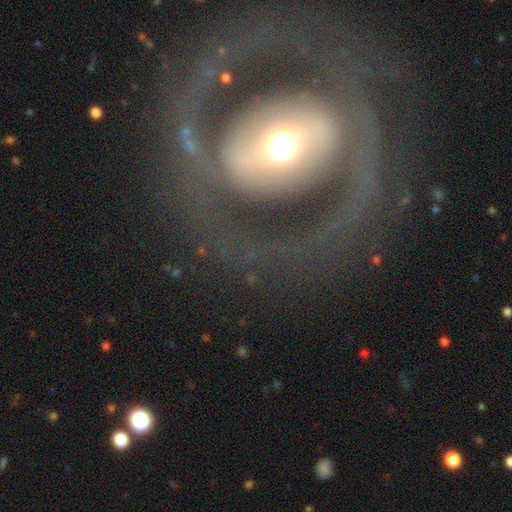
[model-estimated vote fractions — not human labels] Overall: featured or disk (75%). Edge-on disk: no (94%). Bar: strong (43%; no 30%). Spiral arms: yes (52%; no 48%). Bulge size: moderate (59%; large 21%). Merging: none (75%).